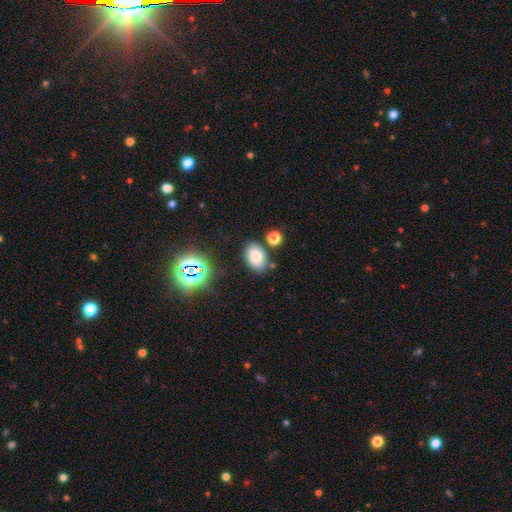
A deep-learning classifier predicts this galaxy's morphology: smooth 76%, star or artifact 14%, featured or disk 11%. Down the decision tree: how rounded — in between (85%); merging — none (76%).